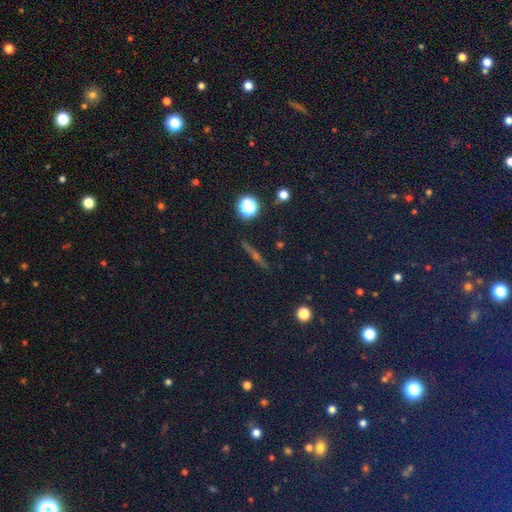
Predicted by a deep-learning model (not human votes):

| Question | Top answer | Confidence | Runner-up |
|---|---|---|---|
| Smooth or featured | featured or disk | 49% | star or artifact (28%) |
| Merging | none | 90% | minor disturbance (6%) |